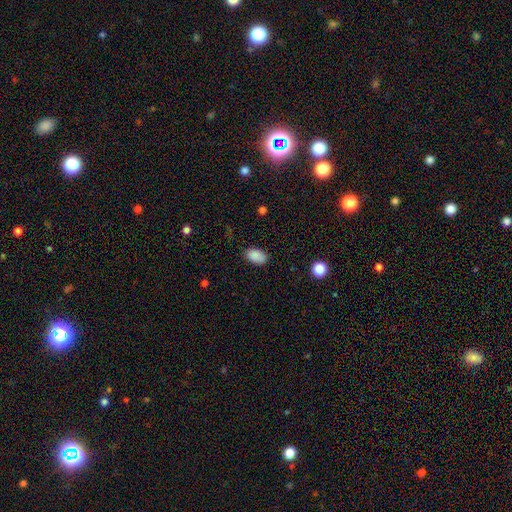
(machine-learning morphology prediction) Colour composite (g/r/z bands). It shows a smooth galaxy with no disk features (88%) that is in between round and cigar-shaped (92%). Merging: none (85%).